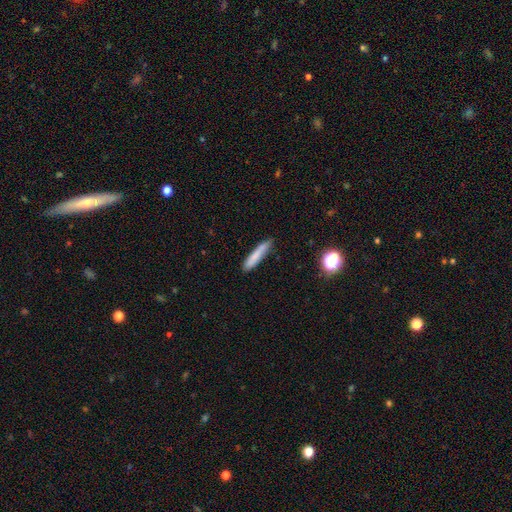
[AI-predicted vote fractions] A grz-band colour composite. It shows a smooth galaxy with no disk features (78%) that is cigar-shaped (89%). Merging: none (77%).